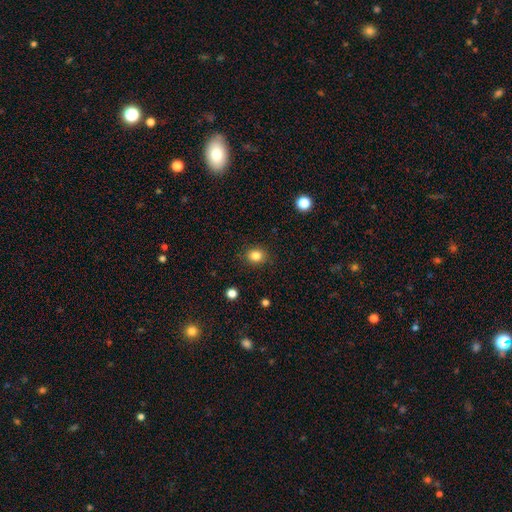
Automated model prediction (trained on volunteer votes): Smooth or featured? smooth (84%)
How rounded? round (64%)
Merging? none (88%)